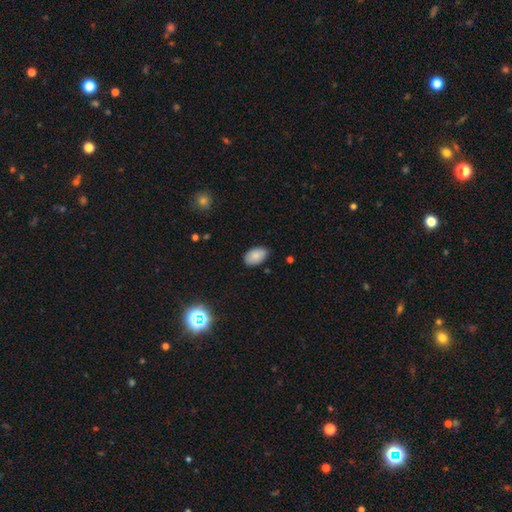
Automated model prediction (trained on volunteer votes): Q: Smooth or featured?
A: smooth (84%); runner-up: star or artifact (8%)
Q: How rounded?
A: in between (92%); runner-up: round (6%)
Q: Merging?
A: none (81%); runner-up: minor disturbance (15%)